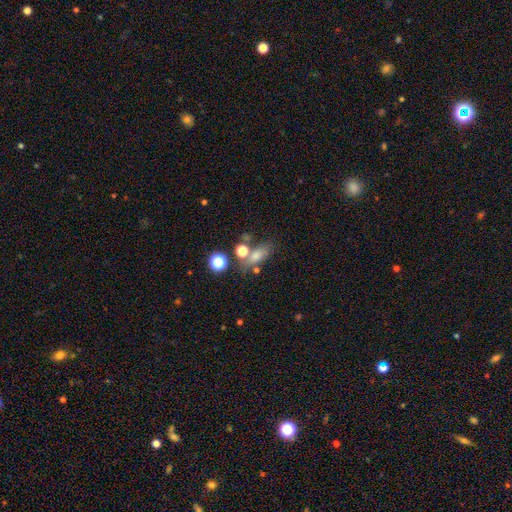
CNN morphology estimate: Smooth or featured? Predicted: smooth (p=0.62). How rounded? Predicted: in between (p=0.62). Merging? Predicted: none (p=0.57).